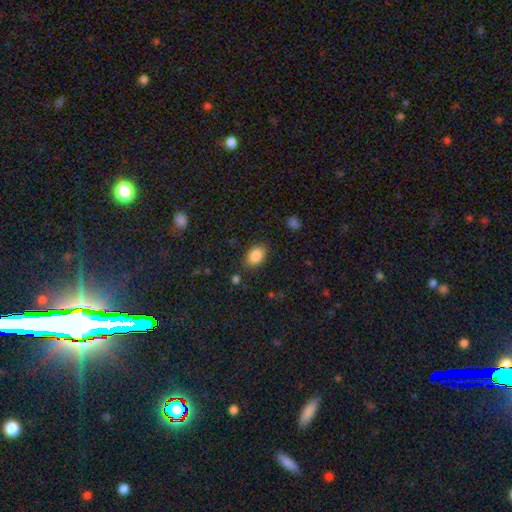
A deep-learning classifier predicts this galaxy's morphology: Overall: smooth (87%). How rounded: in between (82%). Merging: none (83%).